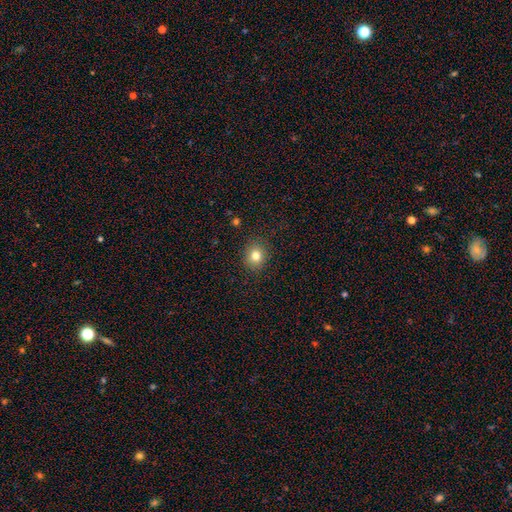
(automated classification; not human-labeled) This is clearly a smooth galaxy (81%). How rounded: likely round (77%). Merging: clearly none (89%).